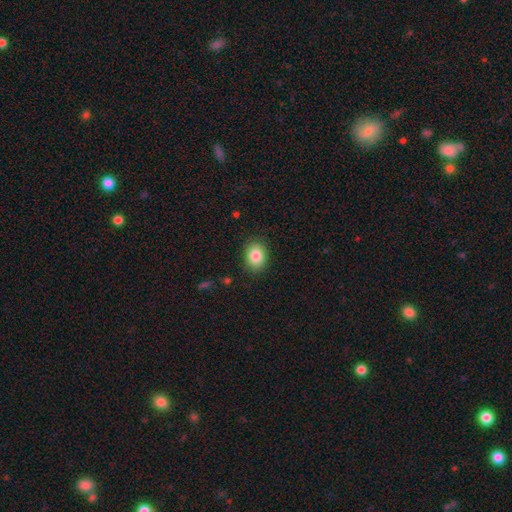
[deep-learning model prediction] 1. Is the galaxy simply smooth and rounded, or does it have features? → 85% smooth, 9% star or artifact, 6% featured or disk.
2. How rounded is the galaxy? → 59% in between, 40% round, 1% cigar-shaped.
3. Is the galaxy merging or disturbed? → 86% none, 10% minor disturbance, 3% major disturbance, 1% merger.